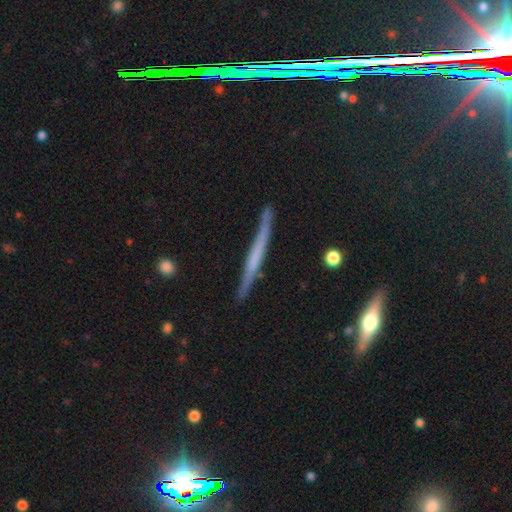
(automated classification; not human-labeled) Overall: featured or disk (60%; smooth 33%). Edge-on disk: yes (97%). Edge-on bulge: none (66%). Merging: none (86%).